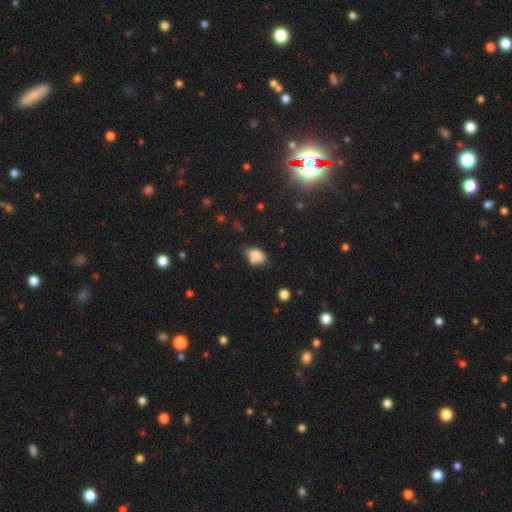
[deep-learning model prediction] A smooth galaxy with no disk features (78%) that is in between round and cigar-shaped (85%).

Vote fractions:
- Smooth or featured? smooth: 78% / featured or disk: 12% / star or artifact: 10%
- How rounded? in between: 85% / round: 13% / cigar-shaped: 2%
- Merging? none: 52% / minor disturbance: 23% / merger: 20% / major disturbance: 6%